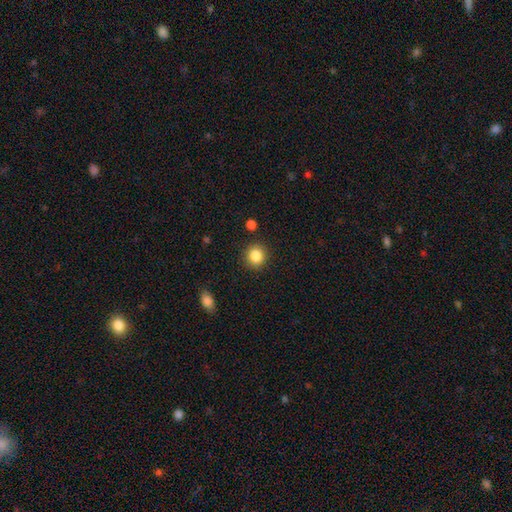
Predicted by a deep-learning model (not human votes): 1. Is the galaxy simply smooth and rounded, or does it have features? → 85% smooth, 10% star or artifact, 5% featured or disk.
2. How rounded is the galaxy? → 86% round, 13% in between, 1% cigar-shaped.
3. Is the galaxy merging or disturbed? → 89% none, 7% minor disturbance, 2% major disturbance, 2% merger.